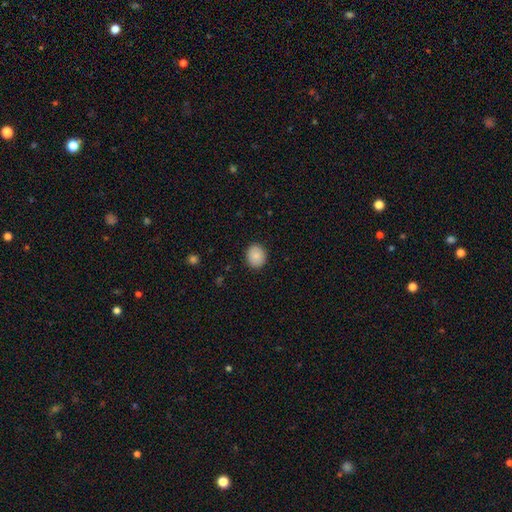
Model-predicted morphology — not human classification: Smooth or featured? Predicted: smooth (p=0.87). How rounded? Predicted: round (p=0.69). Merging? Predicted: none (p=0.90).